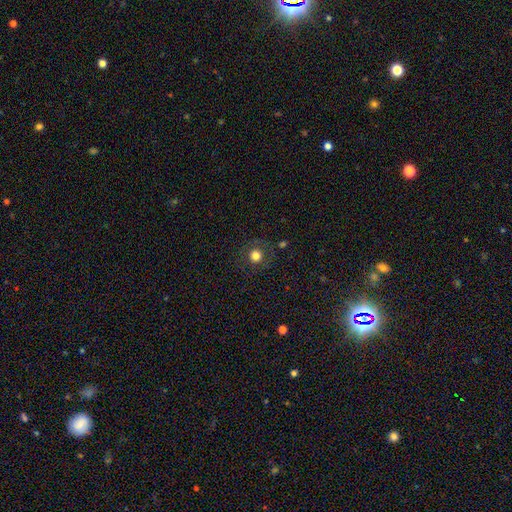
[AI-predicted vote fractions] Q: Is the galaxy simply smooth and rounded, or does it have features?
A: smooth — 75%.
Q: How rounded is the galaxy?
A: round — 93%.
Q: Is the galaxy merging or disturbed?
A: none — 84%.